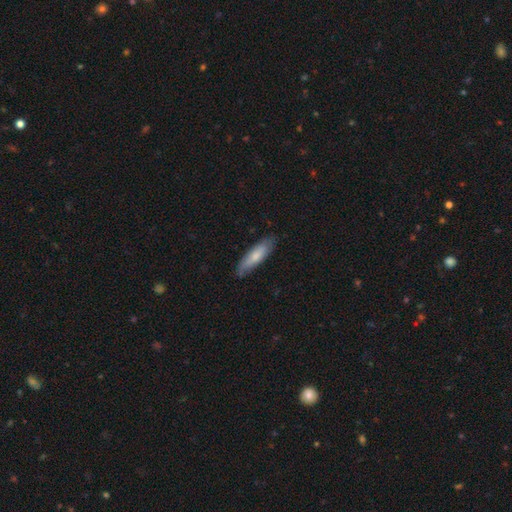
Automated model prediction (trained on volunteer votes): The model was most divided on "how rounded": cigar-shaped: 64%, in between: 34%, round: 1%. More confident: merging — none (80%); smooth or featured — smooth (72%).